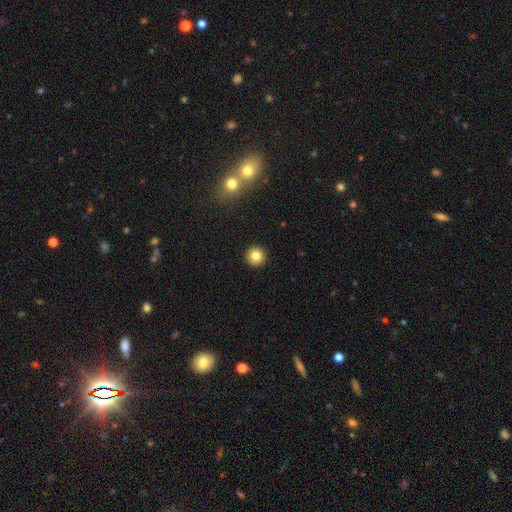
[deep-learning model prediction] This appears to be a smooth galaxy with no disk features (82%) that is round (96%). Merging: none (93%).